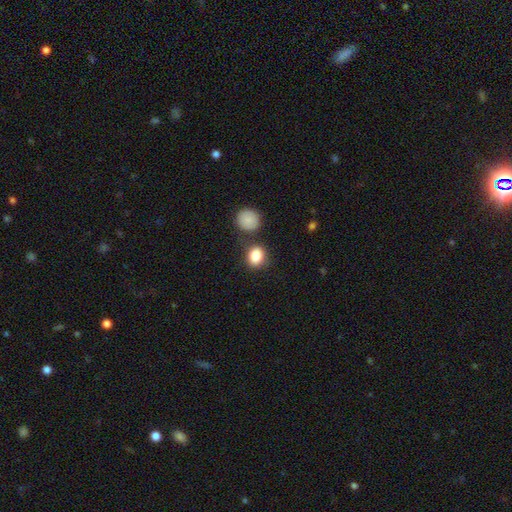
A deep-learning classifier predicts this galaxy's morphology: Smooth or featured? smooth (85%)
How rounded? round (52%)
Merging? none (73%)